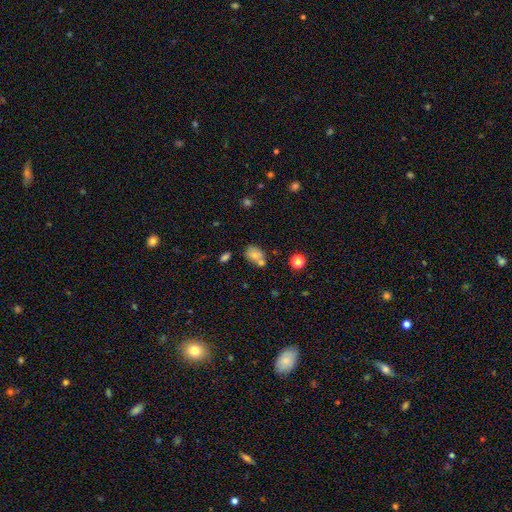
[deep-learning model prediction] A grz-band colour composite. It shows a smooth galaxy with no disk features (71%) that is in between round and cigar-shaped (65%). Merging: none (47%).